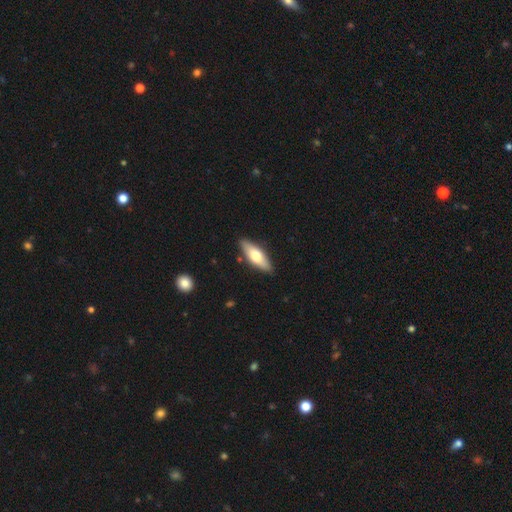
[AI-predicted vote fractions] The model was most divided on "how rounded": in between: 59%, cigar-shaped: 39%, round: 2%. More confident: merging — none (86%); smooth or featured — smooth (60%).